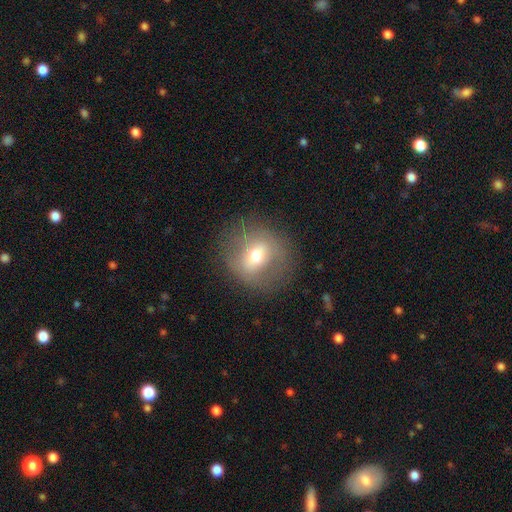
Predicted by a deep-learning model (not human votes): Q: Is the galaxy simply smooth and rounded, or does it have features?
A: smooth — 50%.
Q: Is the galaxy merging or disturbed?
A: none — 78%.